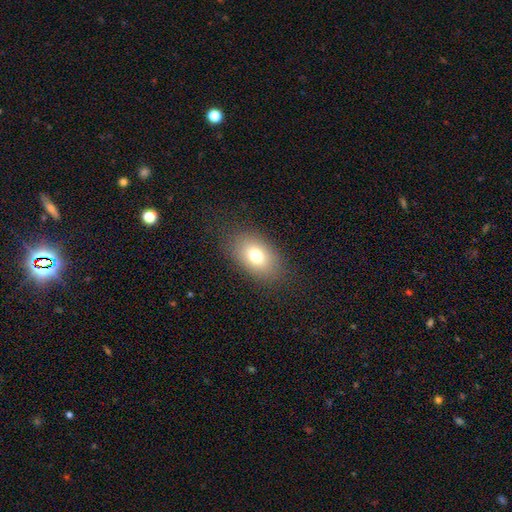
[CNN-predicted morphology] This is likely a smooth galaxy (75%). How rounded: clearly in between (86%). Merging: clearly none (83%).